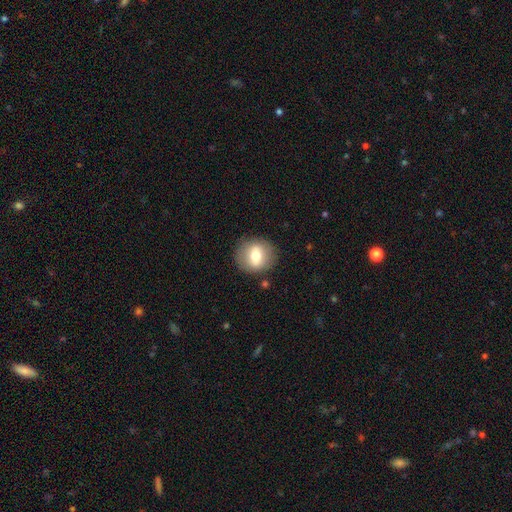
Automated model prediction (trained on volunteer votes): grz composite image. It shows a smooth galaxy with no disk features (63%) that is round (78%). Merging: none (86%).